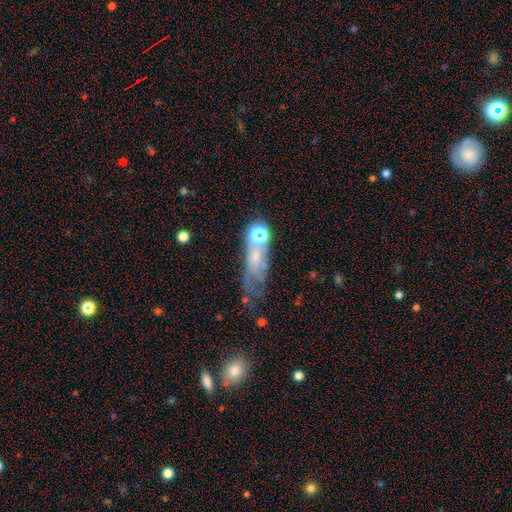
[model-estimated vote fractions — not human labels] smooth-or-featured: featured or disk: 42% | smooth: 39% | star or artifact: 20%
  merging: none: 39% | minor disturbance: 25% | major disturbance: 23% | merger: 12%